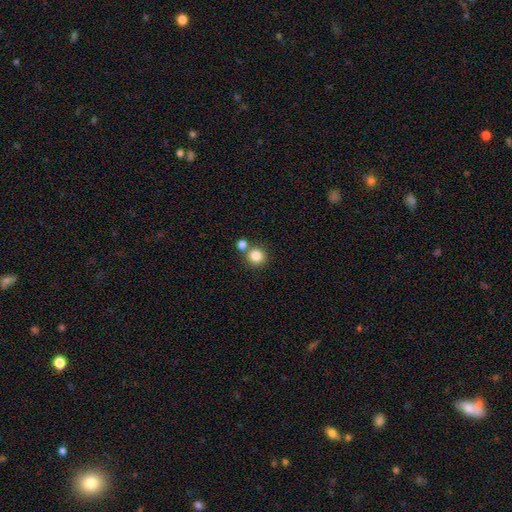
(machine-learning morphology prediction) smooth 83%, star or artifact 11%, featured or disk 6%. Down the decision tree: how rounded — round (92%); merging — none (67%).